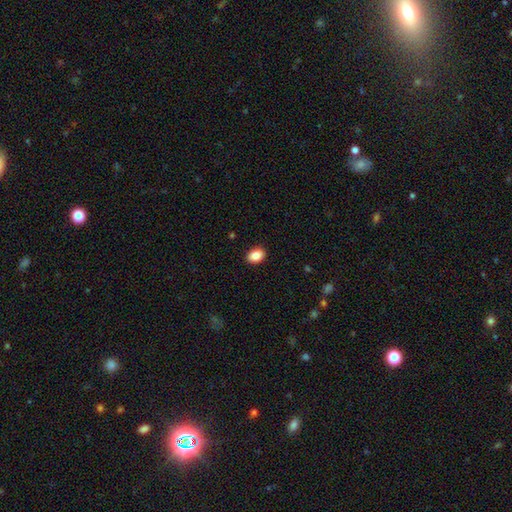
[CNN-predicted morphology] type=smooth (88%); roundness=in between (79%); merging=none (90%).